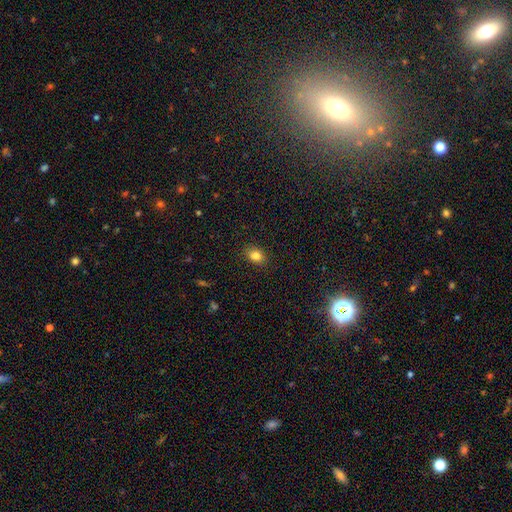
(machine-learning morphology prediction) This appears to be a smooth galaxy with no disk features (83%) that is in between round and cigar-shaped (69%). Merging: none (85%).